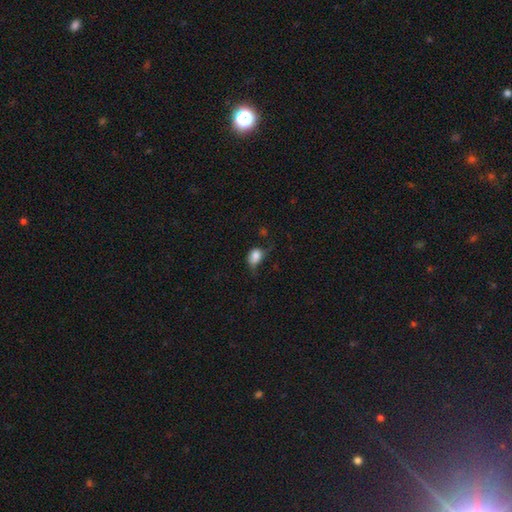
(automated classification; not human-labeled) A smooth galaxy with no disk features (79%) that is in between round and cigar-shaped (72%).

Vote fractions:
- Smooth or featured? smooth: 79% / featured or disk: 11% / star or artifact: 10%
- How rounded? in between: 72% / round: 26% / cigar-shaped: 2%
- Merging? minor disturbance: 34% / none: 32% / major disturbance: 31% / merger: 3%